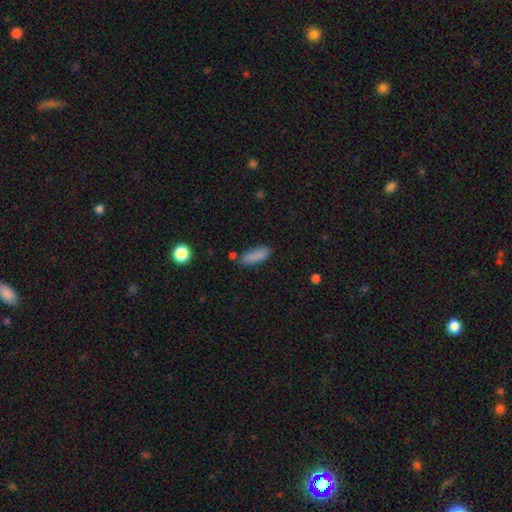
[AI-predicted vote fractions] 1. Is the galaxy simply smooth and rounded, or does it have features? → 87% smooth, 8% star or artifact, 6% featured or disk.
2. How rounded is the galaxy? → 60% in between, 38% cigar-shaped, 2% round.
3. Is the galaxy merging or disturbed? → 77% none, 15% minor disturbance, 5% merger, 3% major disturbance.